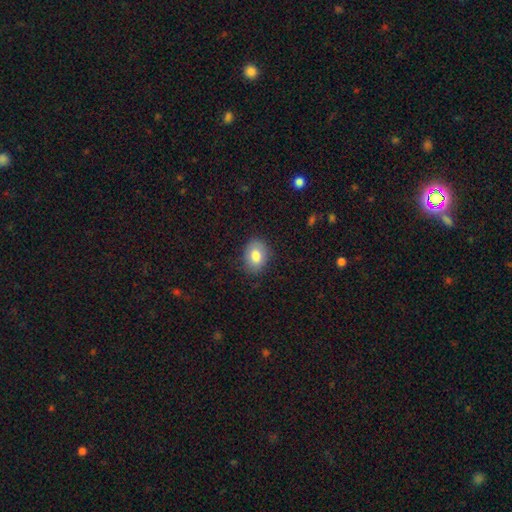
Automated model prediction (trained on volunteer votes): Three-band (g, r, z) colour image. It shows a smooth galaxy with no disk features (81%) that is in between round and cigar-shaped (67%). Merging: none (81%).